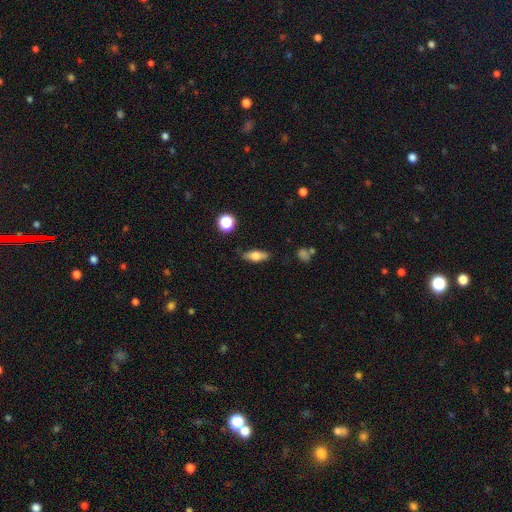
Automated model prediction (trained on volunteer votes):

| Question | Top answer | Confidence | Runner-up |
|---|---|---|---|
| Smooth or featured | smooth | 64% | featured or disk (28%) |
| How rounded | in between | 64% | cigar-shaped (30%) |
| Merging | none | 82% | minor disturbance (13%) |